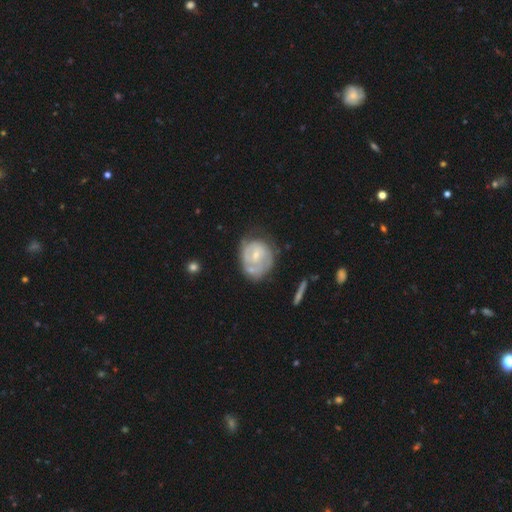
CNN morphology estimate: A featured or disk galaxy (65%) with no bar (60%), spiral arms (69%) and a small central bulge (61%). Merging: none (42%).